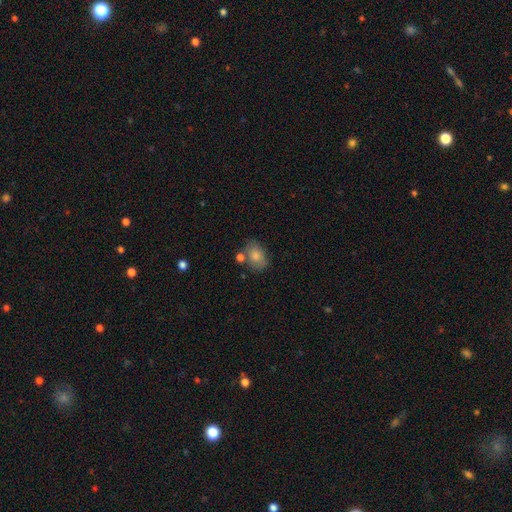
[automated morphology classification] smooth-or-featured: smooth: 81% | featured or disk: 11% | star or artifact: 8%
  how-rounded: in between: 75% | round: 23% | cigar-shaped: 1%
  merging: none: 61% | minor disturbance: 19% | merger: 14% | major disturbance: 6%